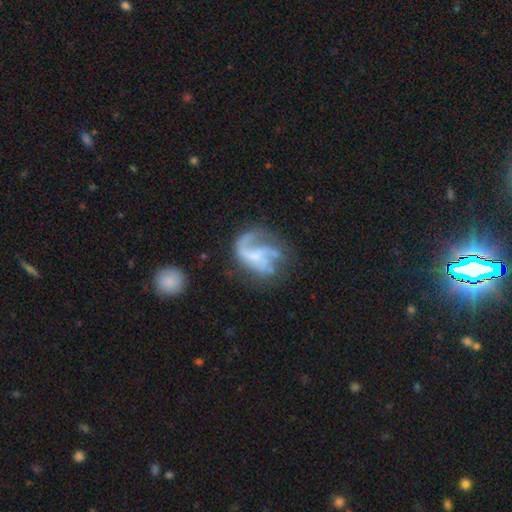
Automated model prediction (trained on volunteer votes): Smooth or featured?
  - featured or disk: 75% *
  - smooth: 16%
  - star or artifact: 9%
Edge-on disk?
  - no: 98% *
  - yes: 2%
Bar?
  - no: 53% *
  - weak: 37%
  - strong: 10%
Spiral arms?
  - yes: 83% *
  - no: 17%
Spiral winding?
  - loose: 60% *
  - medium: 31%
  - tight: 9%
Spiral arm count?
  - 2: 30% * (tied)
  - 1: 30% * (tied)
  - 3: 18%
  - can't tell: 14%
  - 4: 4%
  - more than 4: 4%
Bulge size?
  - none: 47% *
  - small: 34%
  - moderate: 15%
  - large: 3%
  - dominant: 1%
Merging?
  - none: 39% *
  - major disturbance: 37%
  - minor disturbance: 19%
  - merger: 6%